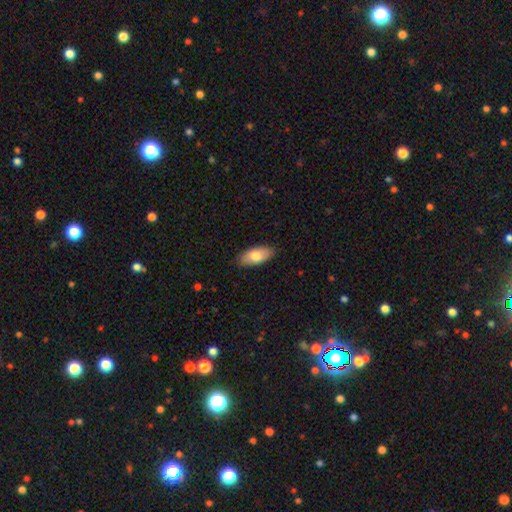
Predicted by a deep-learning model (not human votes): A smooth galaxy with no disk features (77%) that is in between round and cigar-shaped (90%). Merging: none (86%).